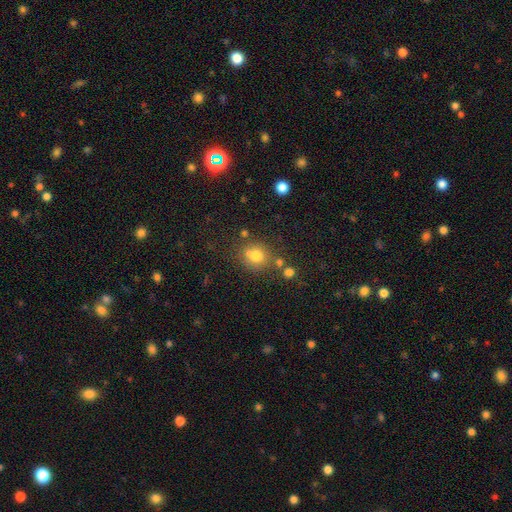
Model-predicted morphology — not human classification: This appears to be a smooth galaxy with no disk features (73%) that is round (79%). Merging: none (64%).